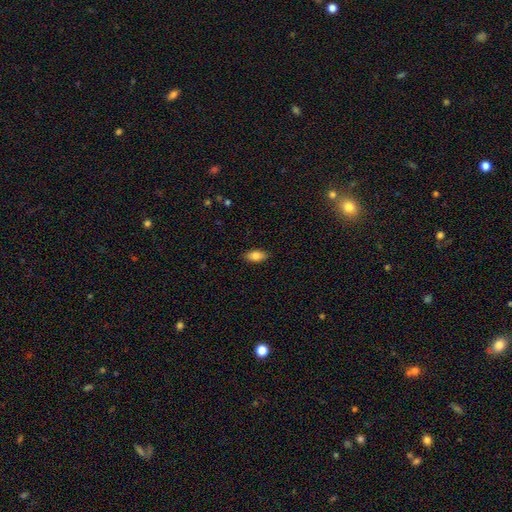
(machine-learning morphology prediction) Smooth or featured? Predicted: smooth (p=0.83). How rounded? Predicted: in between (p=0.91). Merging? Predicted: none (p=0.87).